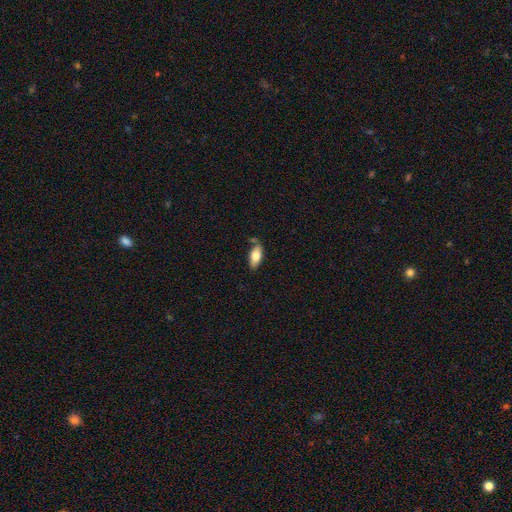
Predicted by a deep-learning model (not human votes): A smooth galaxy with no disk features (75%) that is in between round and cigar-shaped (87%). Merging: none (65%).